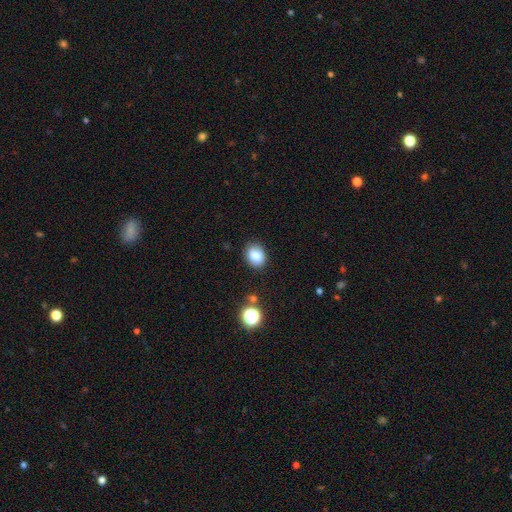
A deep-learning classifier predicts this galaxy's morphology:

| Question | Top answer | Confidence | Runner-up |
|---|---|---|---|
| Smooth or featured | smooth | 84% | star or artifact (10%) |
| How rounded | in between | 60% | round (39%) |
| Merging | none | 83% | minor disturbance (12%) |